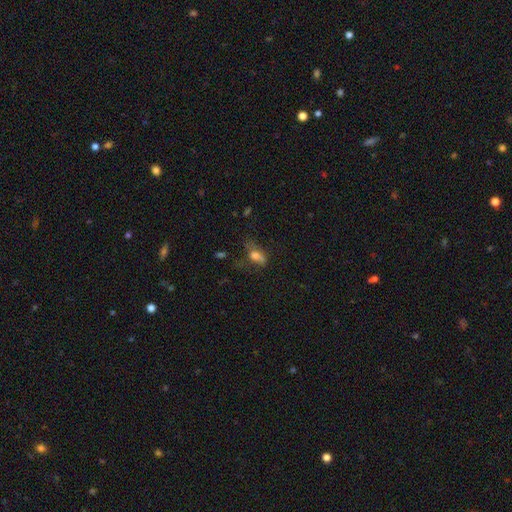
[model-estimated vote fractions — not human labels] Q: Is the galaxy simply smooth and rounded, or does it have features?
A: smooth — 63%.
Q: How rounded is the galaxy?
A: in between — 76%.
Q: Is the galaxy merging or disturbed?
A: none — 33%, tied with major disturbance.